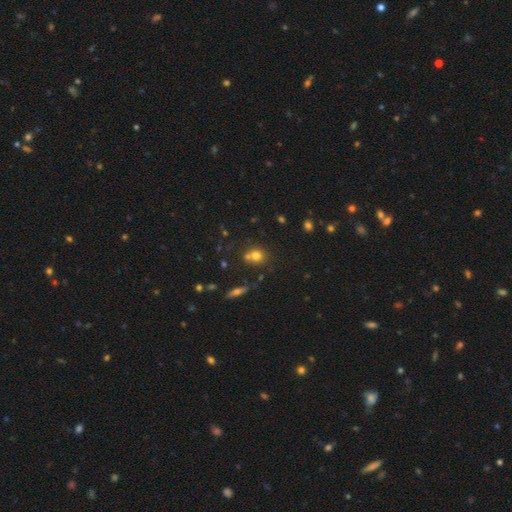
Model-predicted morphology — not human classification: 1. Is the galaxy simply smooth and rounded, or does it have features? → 71% smooth, 16% star or artifact, 13% featured or disk.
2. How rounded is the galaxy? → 78% round, 20% in between, 1% cigar-shaped.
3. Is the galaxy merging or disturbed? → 54% none, 32% merger, 11% minor disturbance, 4% major disturbance.